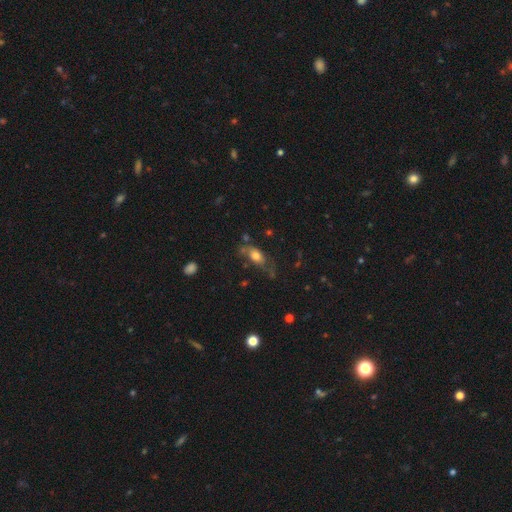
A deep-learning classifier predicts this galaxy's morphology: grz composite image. It shows a smooth galaxy with no disk features (65%) that is in between round and cigar-shaped (79%). Merging: none (45%).